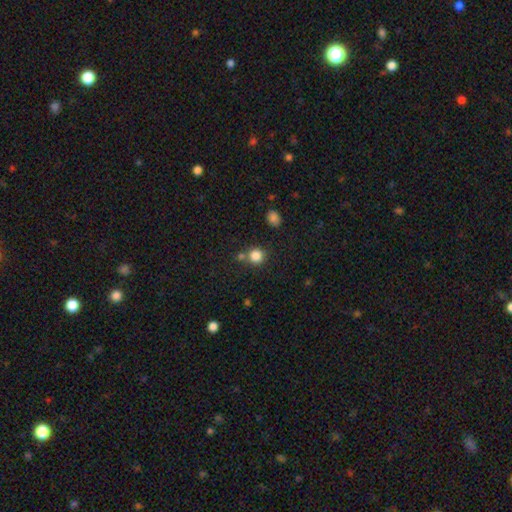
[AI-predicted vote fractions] smooth 83%, star or artifact 12%, featured or disk 5%. Down the decision tree: how rounded — round (90%); merging — none (69%).